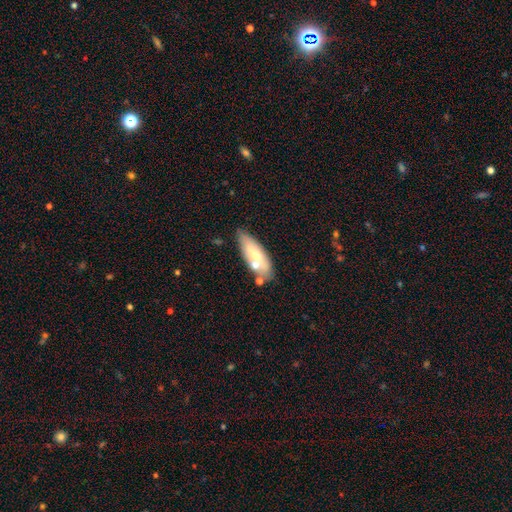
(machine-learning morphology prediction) A smooth galaxy with no disk features (60%) that is in between round and cigar-shaped (67%). Merging: none (63%).